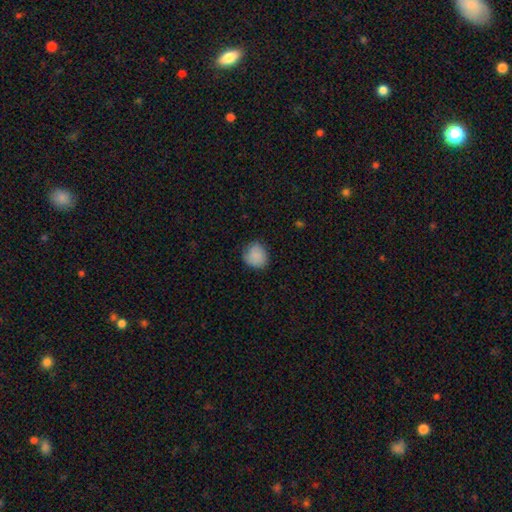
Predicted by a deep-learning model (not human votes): This appears to be a smooth galaxy with no disk features (86%) that is round (77%). Merging: none (75%).